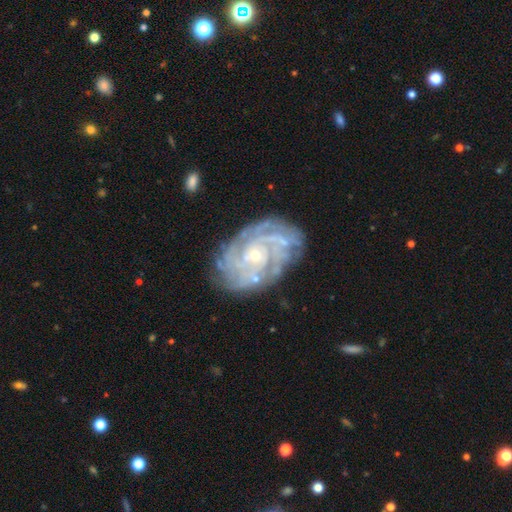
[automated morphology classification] featured or disk 88%, smooth 6%, star or artifact 6%. Down the decision tree: edge-on disk — no (97%); bar — no (76%); spiral arms — yes (96%); spiral arm count — can't tell (30%); spiral winding — tight (75%); bulge size — small (76%); merging — none (76%).